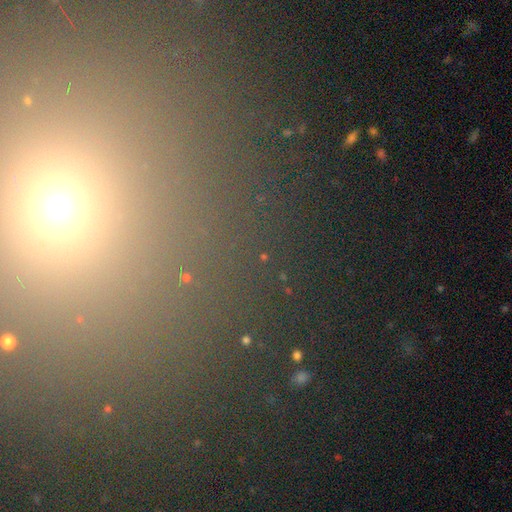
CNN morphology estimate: This is possibly a star or artifact rather than a galaxy (56%).